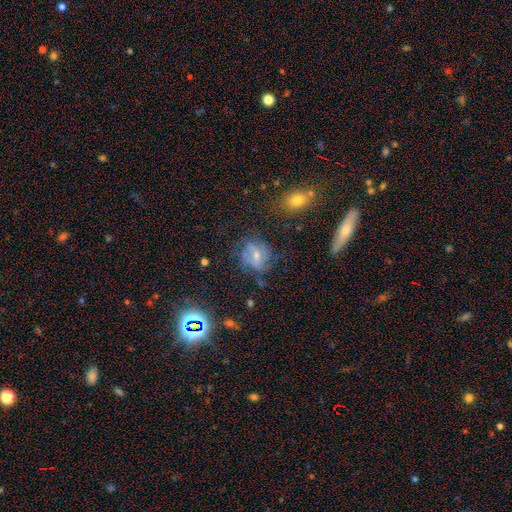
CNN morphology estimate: featured or disk 47%, smooth 40%, star or artifact 13%. Down the decision tree: merging — none (59%).